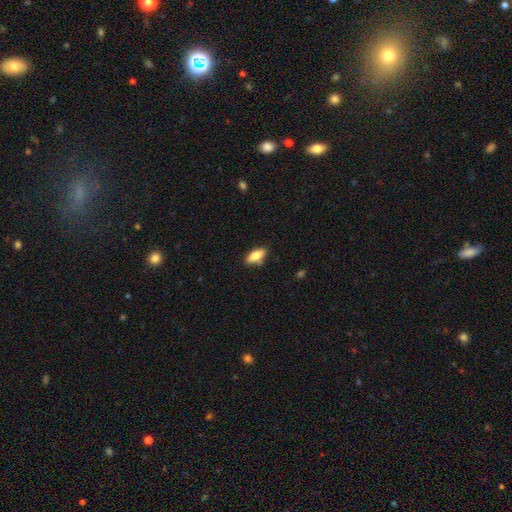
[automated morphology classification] Smooth or featured? smooth (73%)
How rounded? in between (77%)
Merging? none (80%)